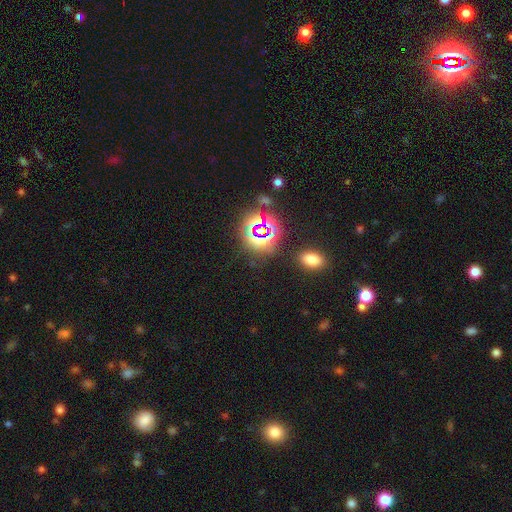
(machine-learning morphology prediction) This appears to be a star or artifact, not a galaxy (73%).